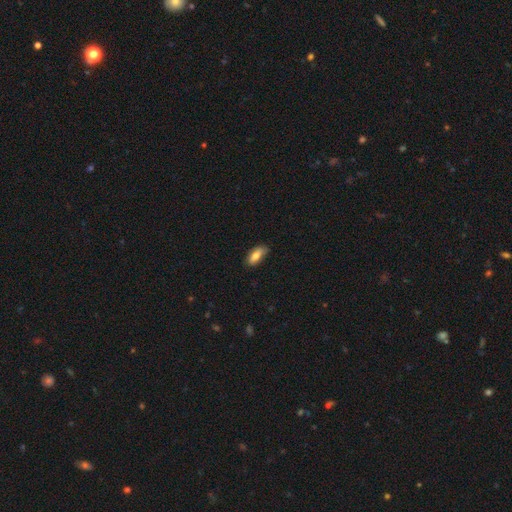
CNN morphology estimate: A smooth galaxy with no disk features (77%) that is in between round and cigar-shaped (84%). Merging: none (78%).